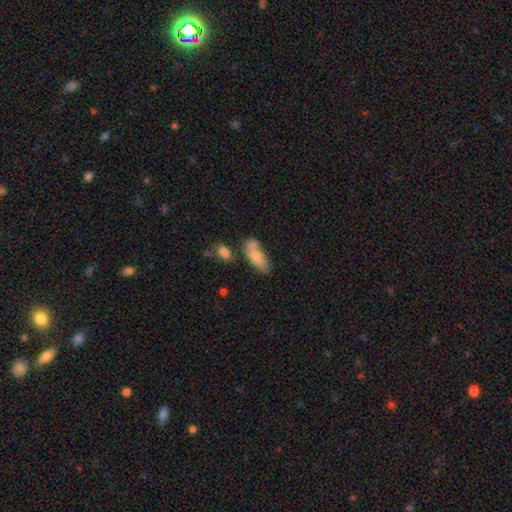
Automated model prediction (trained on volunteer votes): smooth_or_featured: smooth (p=0.77) [alt: featured or disk p=0.16]
how_rounded: in between (p=0.81) [alt: cigar-shaped p=0.16]
merging: none (p=0.46) [alt: merger p=0.27]